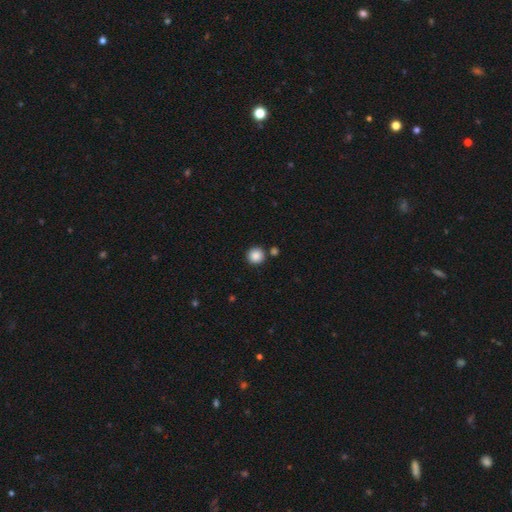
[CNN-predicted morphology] smooth_or_featured: smooth (p=0.88) [alt: star or artifact p=0.09]
how_rounded: round (p=0.95) [alt: in between p=0.04]
merging: none (p=0.85) [alt: merger p=0.07]